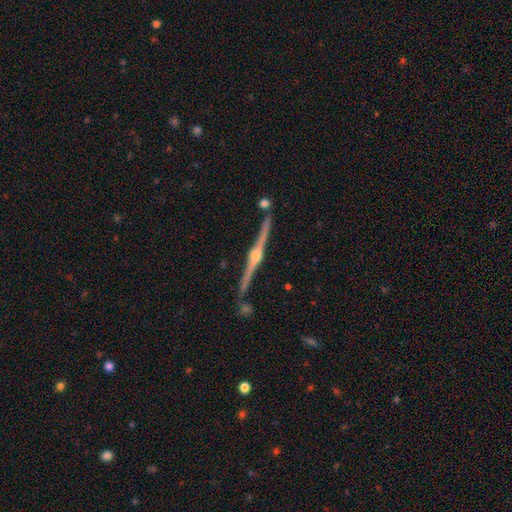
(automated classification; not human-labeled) A featured or disk galaxy (90%) viewed edge-on (98%) with a rounded central bulge (92%).

Vote fractions:
- Smooth or featured? featured or disk: 90% / smooth: 5% / star or artifact: 5%
- Edge-on disk? yes: 98% / no: 2%
- Edge-on bulge? rounded: 92% / none: 4% / boxy: 4%
- Merging? none: 84% / minor disturbance: 10% / merger: 4% / major disturbance: 2%